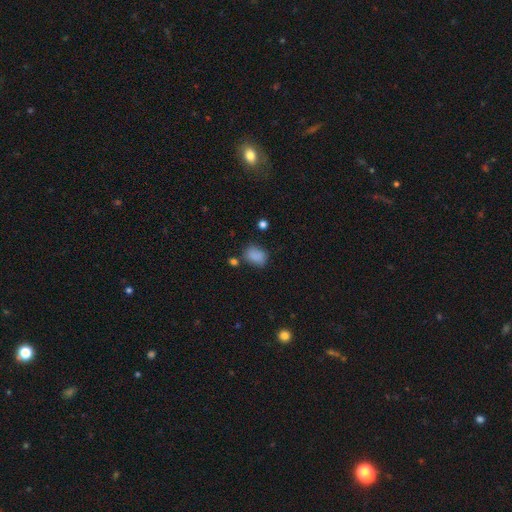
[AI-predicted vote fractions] A smooth galaxy with no disk features (84%) that is in between round and cigar-shaped (71%). Merging: none (63%).